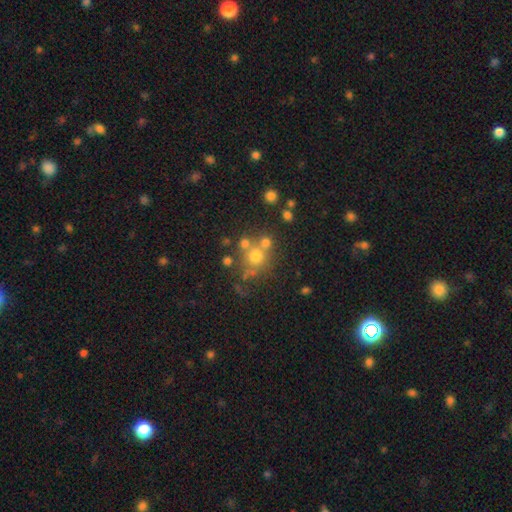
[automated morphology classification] The model was most divided on "merging": none: 55%, merger: 28%, minor disturbance: 11%, major disturbance: 6%. More confident: how rounded — round (87%); smooth or featured — smooth (60%).